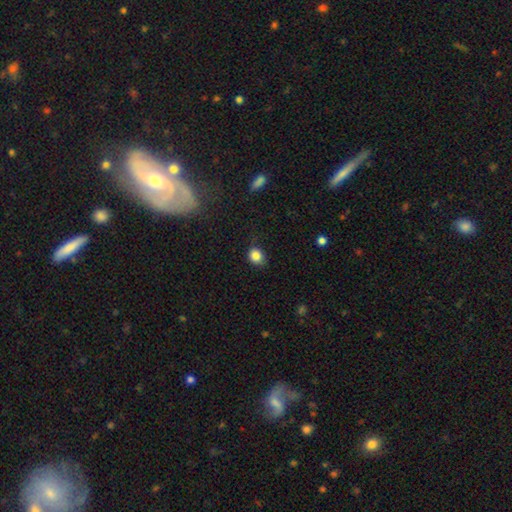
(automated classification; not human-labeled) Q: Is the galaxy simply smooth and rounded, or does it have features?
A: smooth — 85%.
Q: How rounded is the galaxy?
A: round — 65%.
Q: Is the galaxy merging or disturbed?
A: none — 74%.